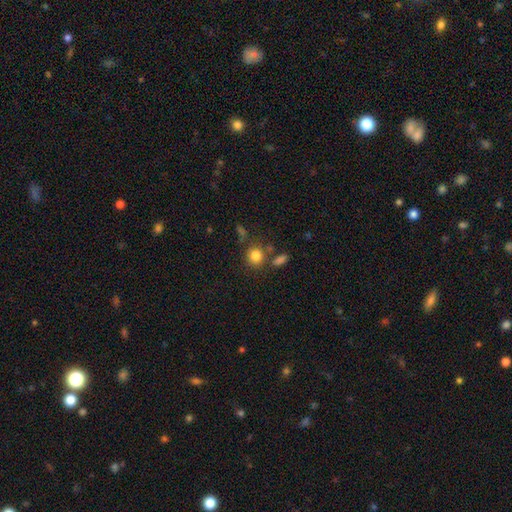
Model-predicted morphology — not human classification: smooth-or-featured: smooth: 82% | star or artifact: 11% | featured or disk: 7%
  how-rounded: round: 81% | in between: 18% | cigar-shaped: 1%
  merging: none: 70% | merger: 13% | minor disturbance: 12% | major disturbance: 5%